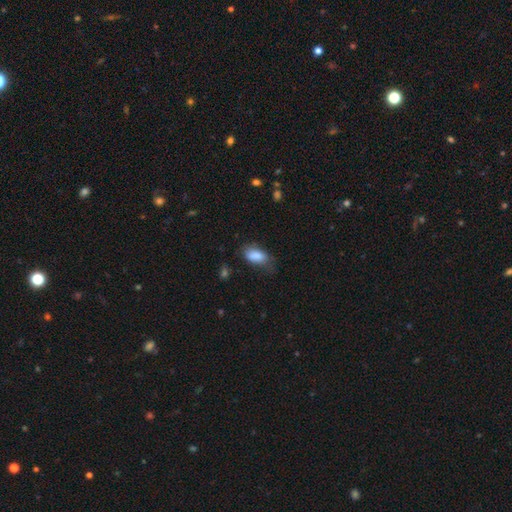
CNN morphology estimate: smooth_or_featured: smooth (p=0.85) [alt: featured or disk p=0.08]
how_rounded: in between (p=0.90) [alt: cigar-shaped p=0.06]
merging: none (p=0.51) [alt: minor disturbance p=0.33]